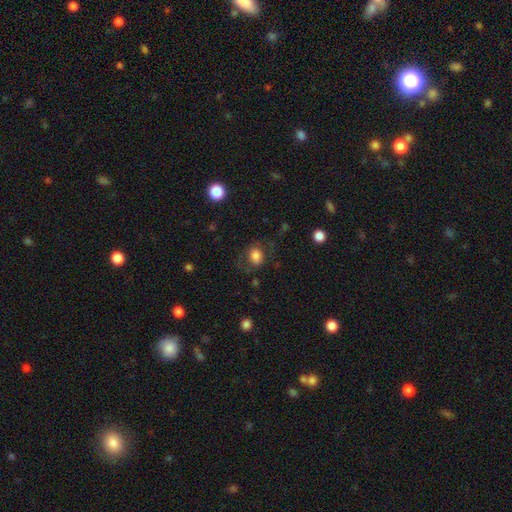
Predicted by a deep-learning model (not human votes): Smooth or featured? smooth (77%)
How rounded? round (53%)
Merging? none (66%)